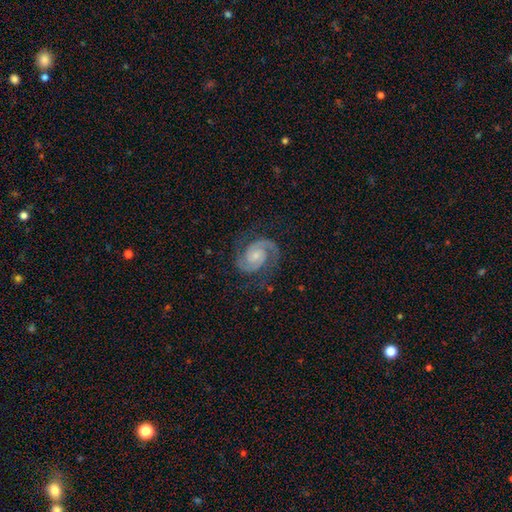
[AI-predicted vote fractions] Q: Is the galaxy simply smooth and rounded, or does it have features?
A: featured or disk — 92%.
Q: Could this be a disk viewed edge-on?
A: no — 98%.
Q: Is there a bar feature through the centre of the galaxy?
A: no — 59%.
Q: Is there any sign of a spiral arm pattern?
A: yes — 99%.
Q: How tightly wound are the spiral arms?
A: tight — 47%.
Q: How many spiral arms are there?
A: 2 — 94%.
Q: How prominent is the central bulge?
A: small — 59%.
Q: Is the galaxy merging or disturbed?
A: none — 80%.